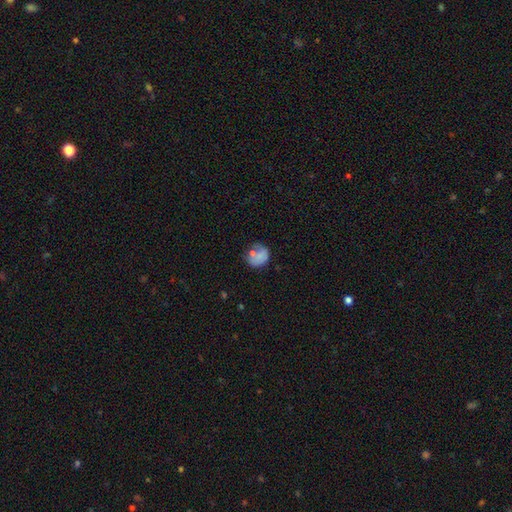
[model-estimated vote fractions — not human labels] Smooth or featured: smooth — 72% (featured or disk — 19%)
How rounded: round — 72% (in between — 27%)
Merging: none — 51% (minor disturbance — 26%)